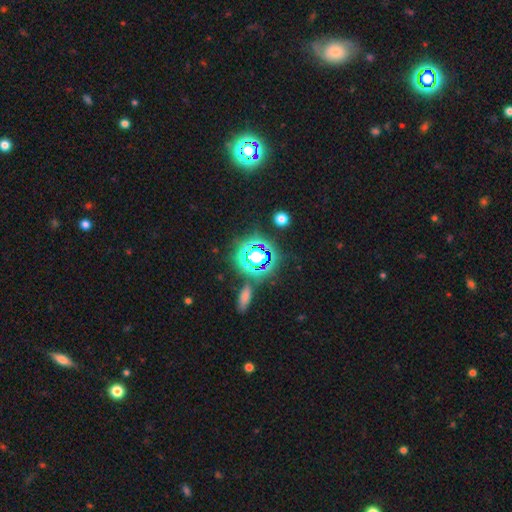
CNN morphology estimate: Smooth or featured: star or artifact — 80% (smooth — 13%)